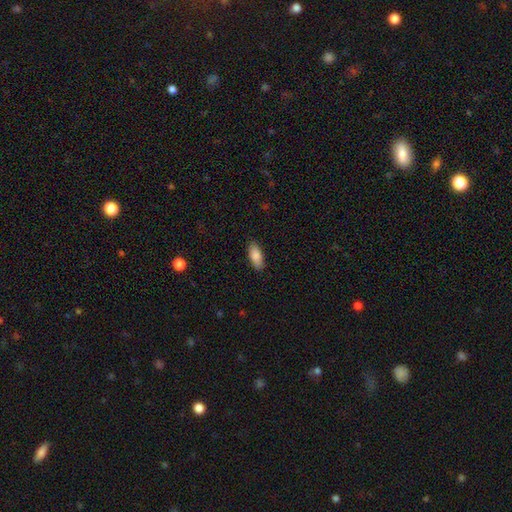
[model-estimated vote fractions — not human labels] Smooth or featured? Predicted: smooth (p=0.86). How rounded? Predicted: in between (p=0.82). Merging? Predicted: none (p=0.88).